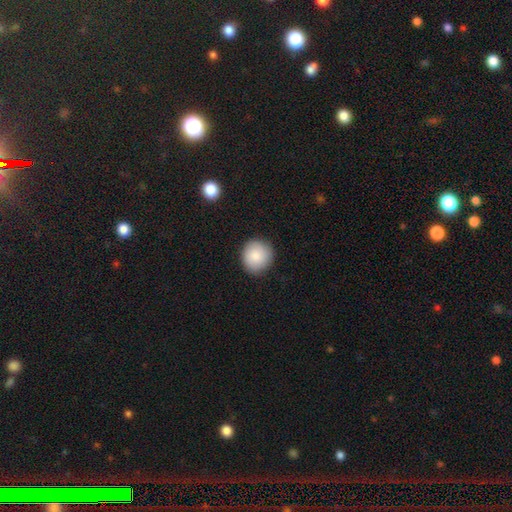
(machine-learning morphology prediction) Smooth or featured?
  - smooth: 87% *
  - star or artifact: 7%
  - featured or disk: 6%
How rounded?
  - round: 89% *
  - in between: 10%
  - cigar-shaped: 1%
Merging?
  - none: 88% *
  - minor disturbance: 8%
  - major disturbance: 2%
  - merger: 1%